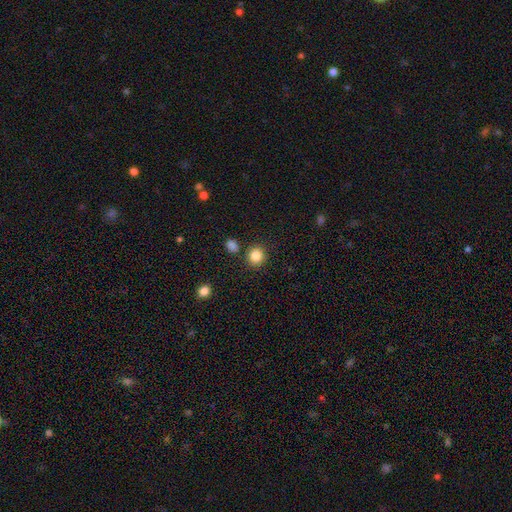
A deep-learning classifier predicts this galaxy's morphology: smooth 85%, star or artifact 11%, featured or disk 4%. Down the decision tree: how rounded — round (87%); merging — none (85%).